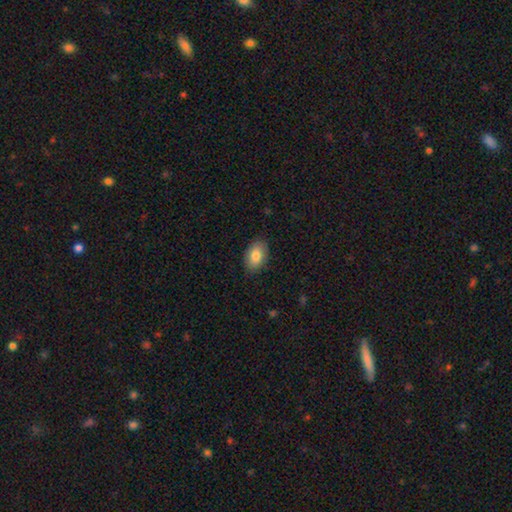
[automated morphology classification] This appears to be a smooth galaxy with no disk features (84%) that is in between round and cigar-shaped (92%). Merging: none (86%).